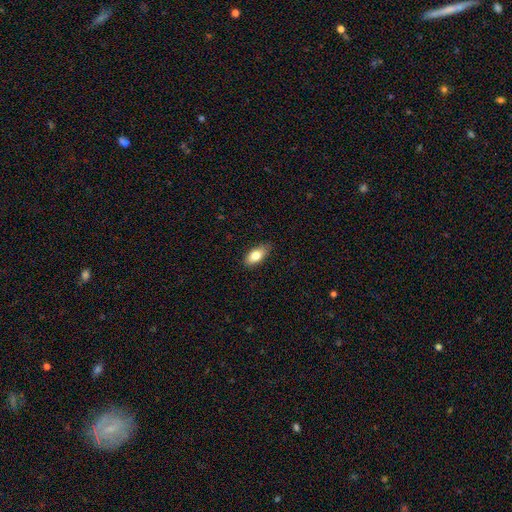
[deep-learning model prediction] This appears to be a smooth galaxy with no disk features (80%) that is in between round and cigar-shaped (88%). Merging: none (82%).